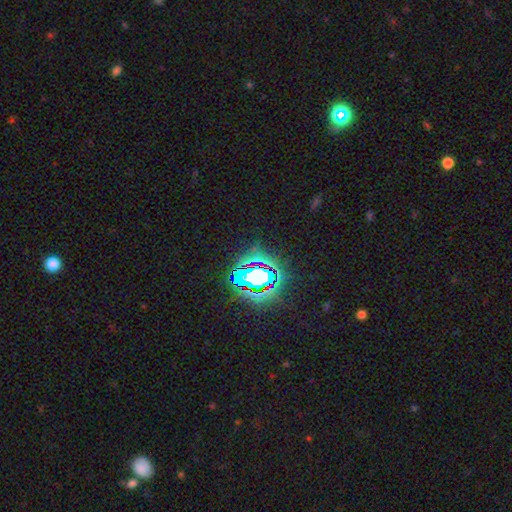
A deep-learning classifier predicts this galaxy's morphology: The model was most divided on "smooth or featured": star or artifact: 81%, smooth: 11%, featured or disk: 8%.